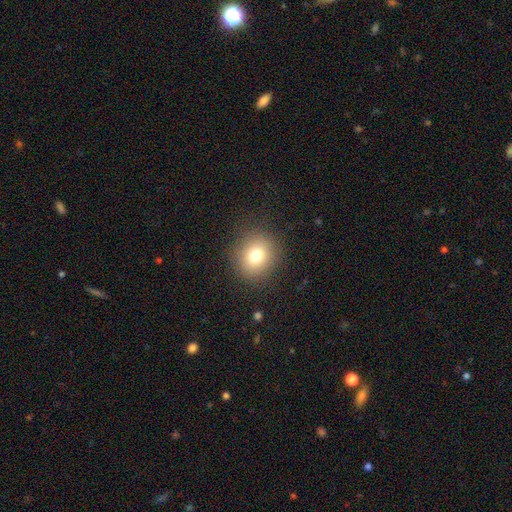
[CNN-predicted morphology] smooth-or-featured: smooth: 77% | star or artifact: 13% | featured or disk: 10%
  how-rounded: round: 82% | in between: 17% | cigar-shaped: 1%
  merging: none: 88% | minor disturbance: 8% | major disturbance: 4% | merger: 1%